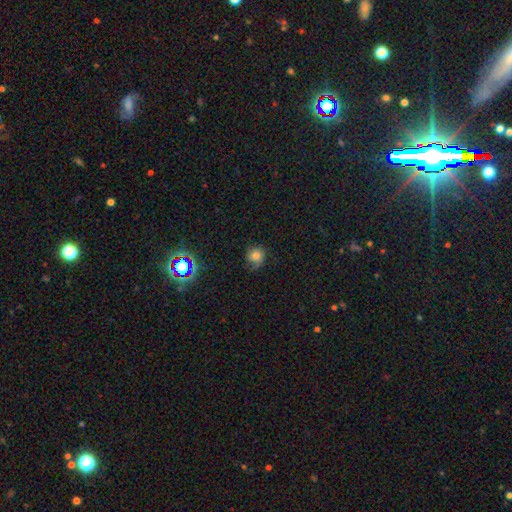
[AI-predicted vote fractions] smooth-or-featured: smooth: 67% | featured or disk: 18% | star or artifact: 15%
  how-rounded: round: 80% | in between: 19% | cigar-shaped: 1%
  merging: none: 54% | minor disturbance: 28% | major disturbance: 16% | merger: 2%